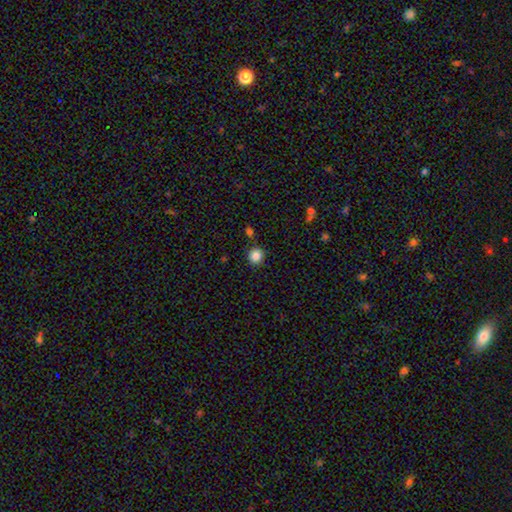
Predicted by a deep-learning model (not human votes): Morphology: type=smooth (86%); roundness=round (91%); merging=none (87%).